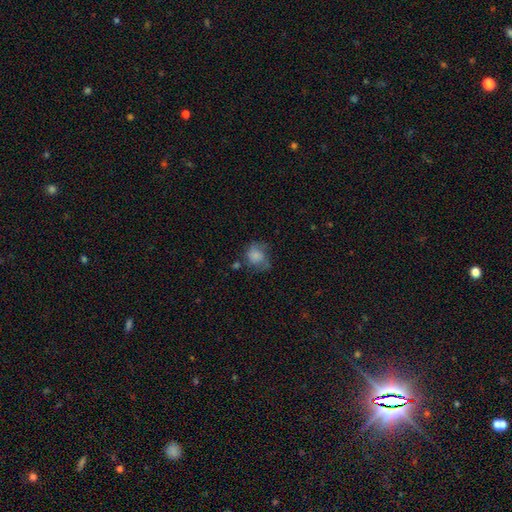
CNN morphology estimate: The model was most divided on "merging": none: 44%, minor disturbance: 31%, major disturbance: 20%, merger: 6%. More confident: smooth or featured — smooth (72%); how rounded — round (64%).